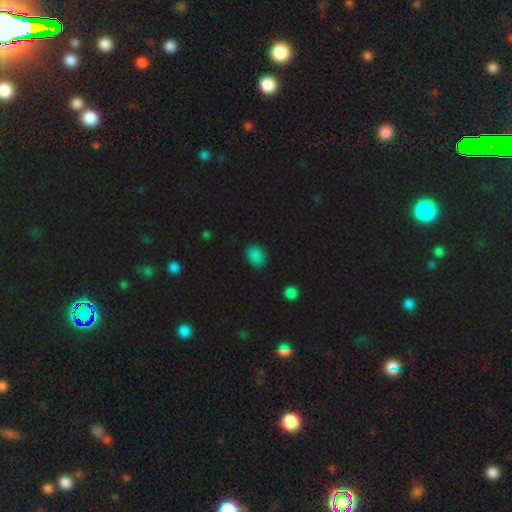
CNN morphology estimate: smooth 86%, star or artifact 11%, featured or disk 4%. Down the decision tree: how rounded — in between (69%); merging — none (86%).